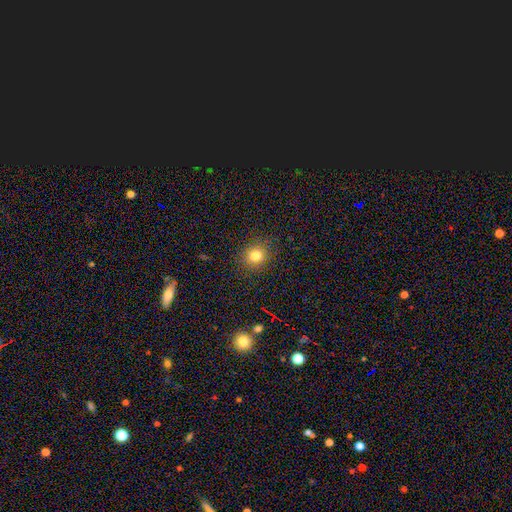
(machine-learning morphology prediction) Smooth or featured? smooth (80%)
How rounded? round (81%)
Merging? none (89%)